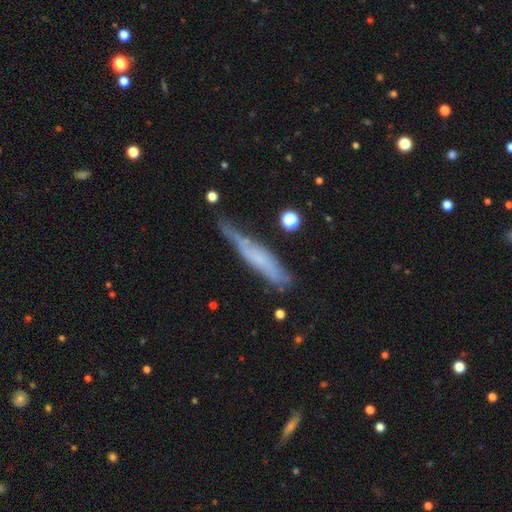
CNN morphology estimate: Overall: smooth (46%; featured or disk 44%). Merging: none (47%; minor disturbance 34%).